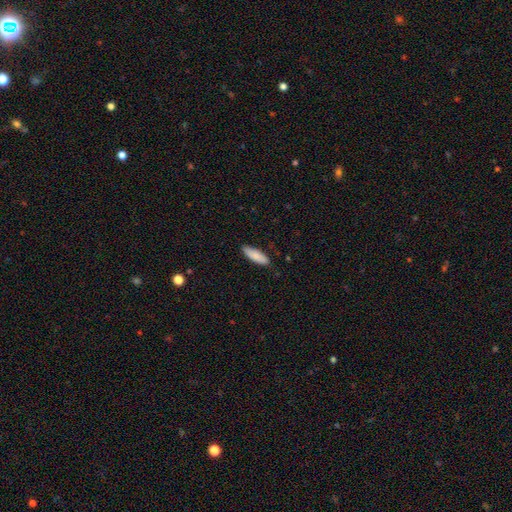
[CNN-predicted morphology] The model was most divided on "how rounded" (2-way tie): cigar-shaped: 49%, in between: 49%, round: 2%. More confident: merging — none (88%); smooth or featured — smooth (85%).